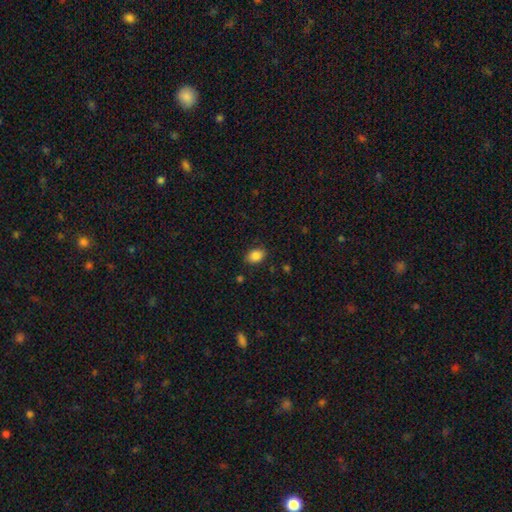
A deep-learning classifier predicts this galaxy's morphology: Smooth or featured? smooth (87%)
How rounded? in between (77%)
Merging? none (84%)